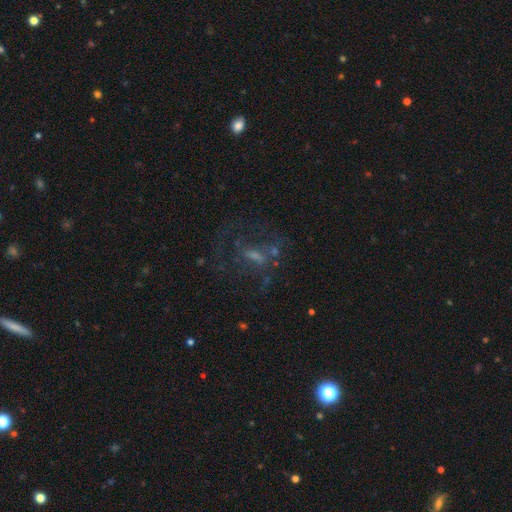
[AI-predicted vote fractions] Q: Smooth or featured?
A: featured or disk (63%); runner-up: smooth (19%)
Q: Edge-on disk?
A: no (94%); runner-up: yes (6%)
Q: Bar?
A: weak (45%); runner-up: no (35%)
Q: Spiral arms?
A: yes (63%); runner-up: no (37%)
Q: Bulge size?
A: small (36%); runner-up: moderate (34%)
Q: Merging?
A: none (48%); runner-up: major disturbance (31%)